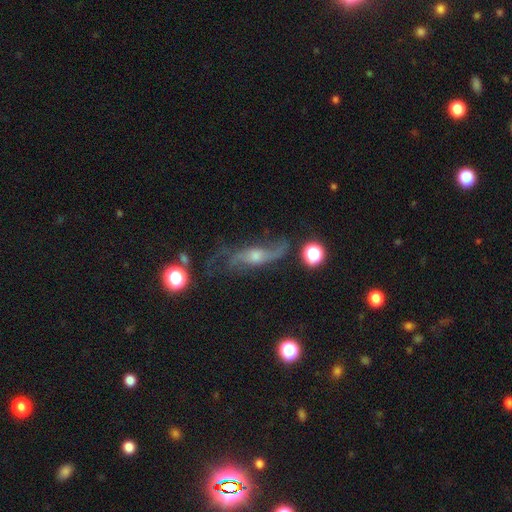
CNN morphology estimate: type=featured or disk (76%); edge-on=no (79%); bar=no (62%); spiral arms=yes (90%); winding=loose (77%); arm count=2 (79%); bulge=moderate (48%); merging=none (54%).